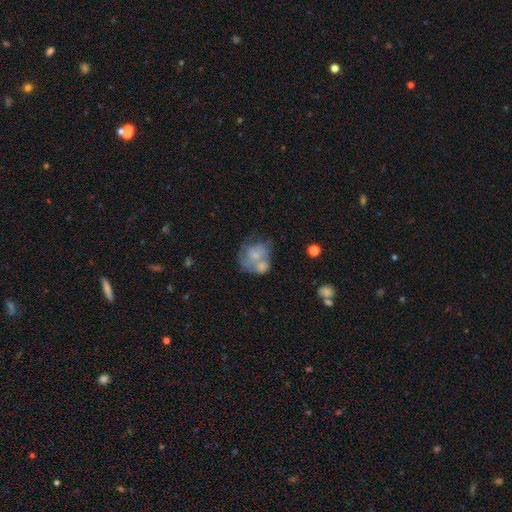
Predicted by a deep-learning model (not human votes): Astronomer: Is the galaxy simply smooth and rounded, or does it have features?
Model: smooth — 46% (runner-up: featured or disk, 45%).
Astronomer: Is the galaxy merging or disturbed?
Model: merger — 45% (runner-up: none, 24%).